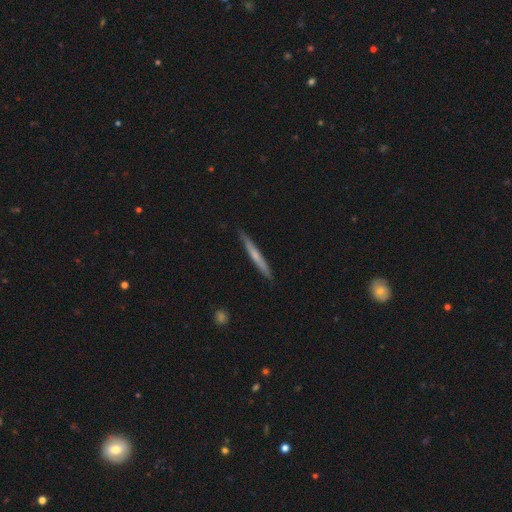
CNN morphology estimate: A smooth galaxy with no disk features (50%) that is cigar-shaped (96%).

Vote fractions:
- Smooth or featured? smooth: 50% / featured or disk: 44% / star or artifact: 5%
- How rounded? cigar-shaped: 96% / in between: 2% / round: 1%
- Merging? none: 88% / minor disturbance: 9% / major disturbance: 1% / merger: 1%